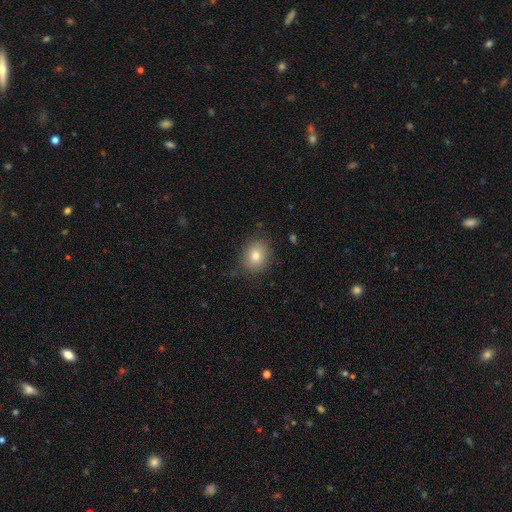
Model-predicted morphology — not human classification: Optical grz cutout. It shows a smooth galaxy with no disk features (79%) that is round (58%). Merging: none (84%).